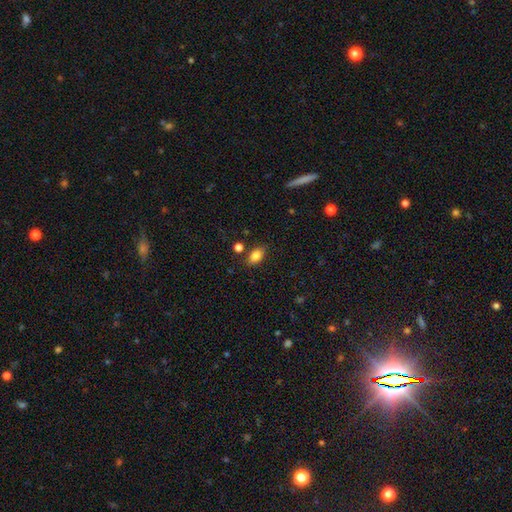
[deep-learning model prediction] A smooth galaxy with no disk features (83%) that is in between round and cigar-shaped (86%). Merging: none (80%).